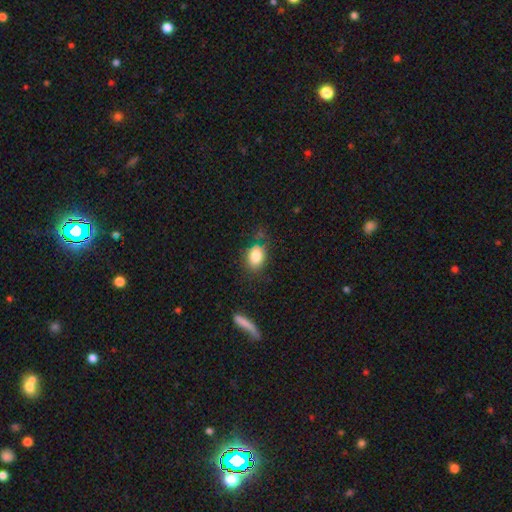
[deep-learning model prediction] Smooth or featured? Predicted: smooth (p=0.83). How rounded? Predicted: in between (p=0.65). Merging? Predicted: none (p=0.69).